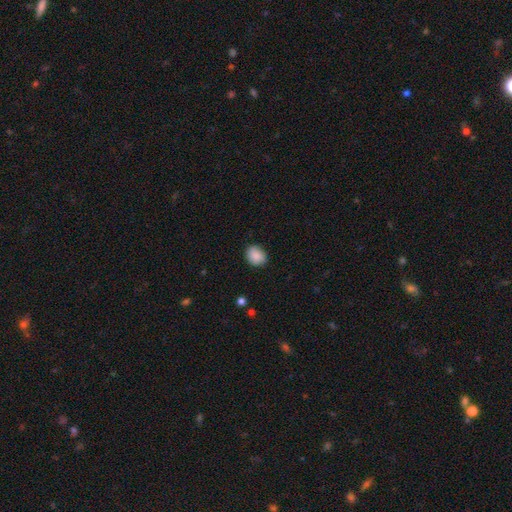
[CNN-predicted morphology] A smooth galaxy with no disk features (88%) that is round (55%).

Vote fractions:
- Smooth or featured? smooth: 88% / star or artifact: 8% / featured or disk: 4%
- How rounded? round: 55% / in between: 44% / cigar-shaped: 1%
- Merging? none: 84% / minor disturbance: 12% / major disturbance: 3% / merger: 1%